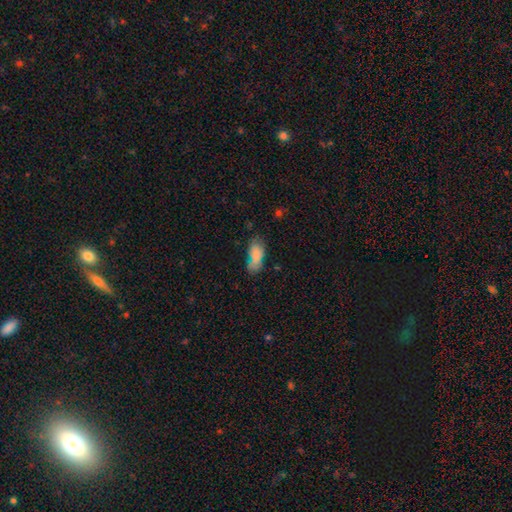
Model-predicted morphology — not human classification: smooth 79%, featured or disk 12%, star or artifact 9%. Down the decision tree: how rounded — in between (88%); merging — none (54%).